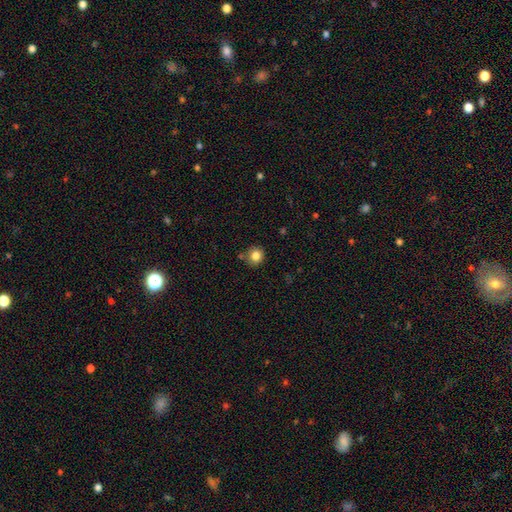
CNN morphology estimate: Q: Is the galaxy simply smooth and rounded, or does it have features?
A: smooth — 83%.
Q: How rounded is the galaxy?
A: round — 90%.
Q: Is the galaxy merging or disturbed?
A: none — 82%.